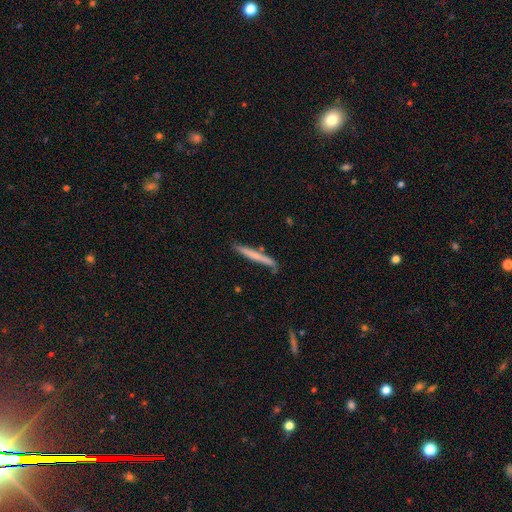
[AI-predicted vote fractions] smooth_or_featured: smooth (p=0.61) [alt: featured or disk p=0.34]
how_rounded: cigar-shaped (p=0.96) [alt: in between p=0.02]
merging: none (p=0.79) [alt: minor disturbance p=0.15]